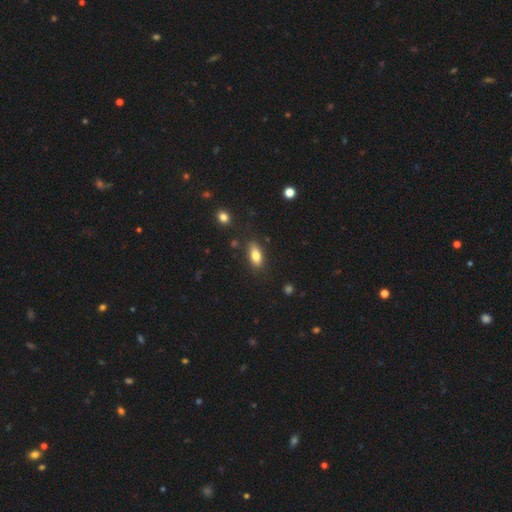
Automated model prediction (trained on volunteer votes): A smooth galaxy with no disk features (79%) that is in between round and cigar-shaped (85%).

Vote fractions:
- Smooth or featured? smooth: 79% / featured or disk: 13% / star or artifact: 8%
- How rounded? in between: 85% / cigar-shaped: 11% / round: 4%
- Merging? none: 80% / minor disturbance: 14% / major disturbance: 3% / merger: 3%